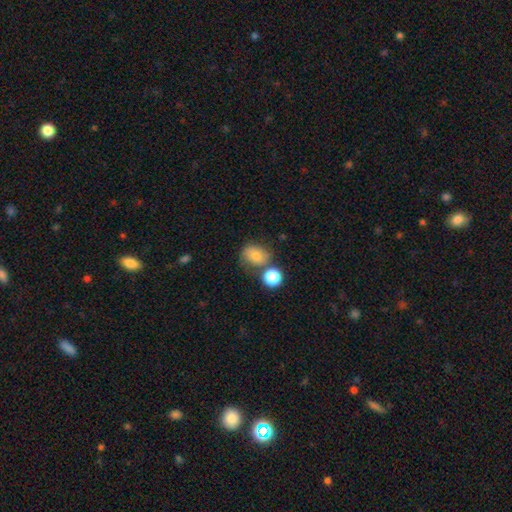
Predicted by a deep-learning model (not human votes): smooth-or-featured: smooth: 76% | featured or disk: 12% | star or artifact: 11%
  how-rounded: in between: 50% | round: 49% | cigar-shaped: 1%
  merging: none: 56% | merger: 21% | minor disturbance: 17% | major disturbance: 7%